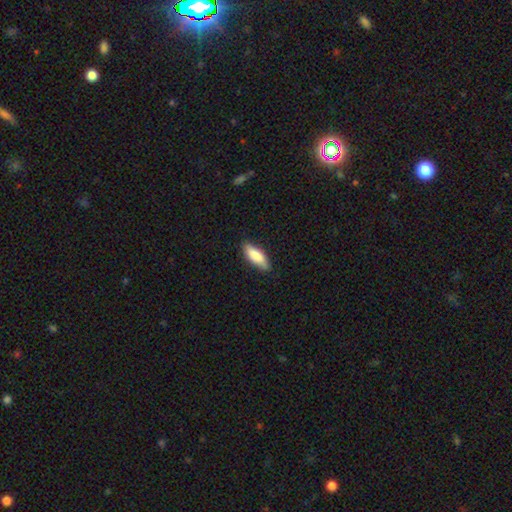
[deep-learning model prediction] This appears to be a smooth galaxy with no disk features (82%) that is in between round and cigar-shaped (65%). Merging: none (83%).